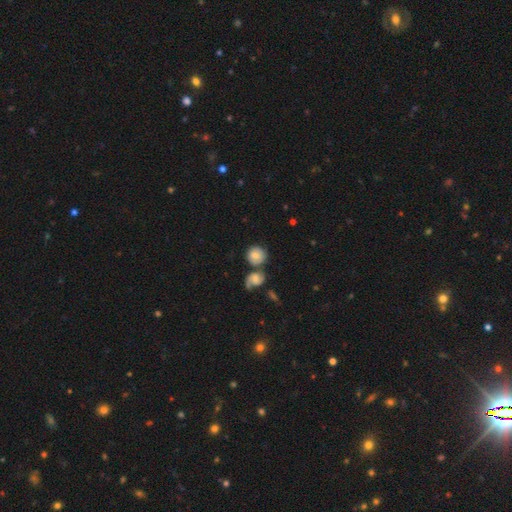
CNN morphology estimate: A smooth galaxy with no disk features (62%) that is round (87%). Merging: none (55%).